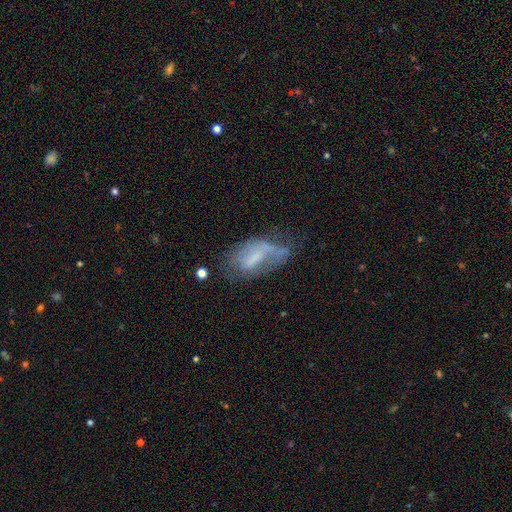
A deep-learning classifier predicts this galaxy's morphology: featured or disk 49%, smooth 40%, star or artifact 11%. Down the decision tree: merging — major disturbance (32%).